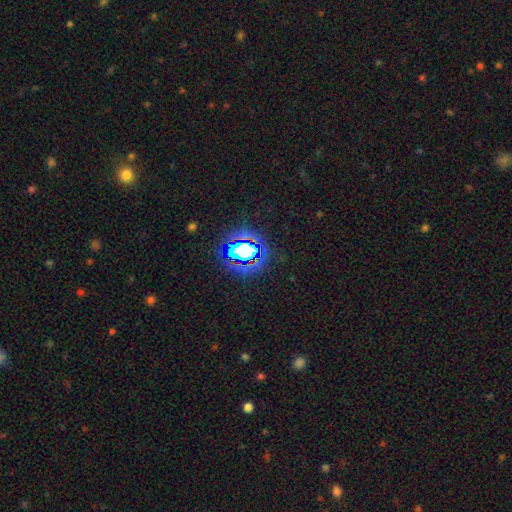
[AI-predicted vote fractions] Morphology: type=star or artifact (80%).